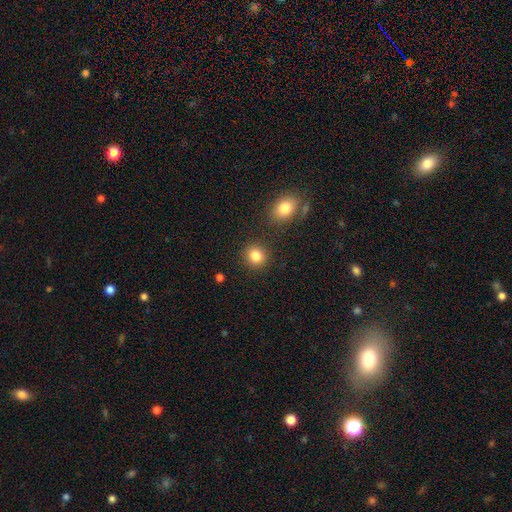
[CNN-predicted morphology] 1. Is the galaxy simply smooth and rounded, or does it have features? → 84% smooth, 10% star or artifact, 5% featured or disk.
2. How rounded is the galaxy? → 86% round, 13% in between, 1% cigar-shaped.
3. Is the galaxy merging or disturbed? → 88% none, 7% minor disturbance, 3% merger, 2% major disturbance.